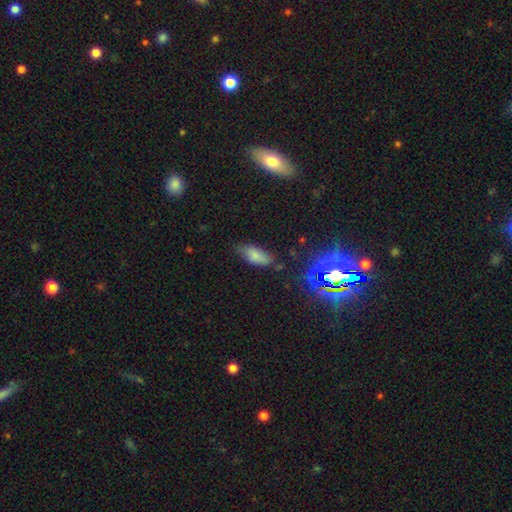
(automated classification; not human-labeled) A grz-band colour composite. It shows a smooth galaxy with no disk features (75%) that is in between round and cigar-shaped (81%). Merging: none (67%).